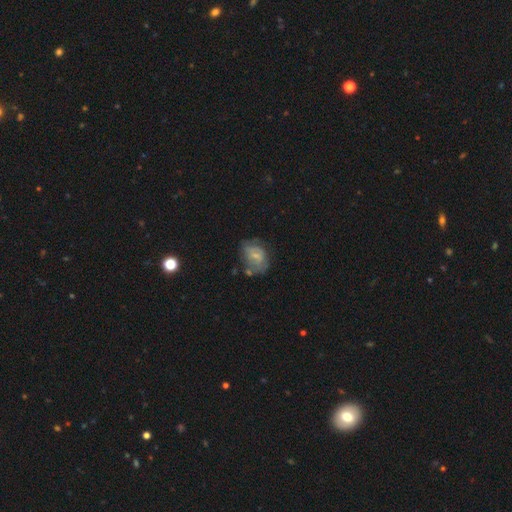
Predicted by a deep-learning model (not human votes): Smooth or featured: featured or disk — 54% (smooth — 37%)
Edge-on disk: no — 97% (yes — 3%)
Bar: weak — 47% (no — 43%)
Spiral arms: yes — 68% (no — 32%)
Bulge size: small — 57% (moderate — 30%)
Merging: none — 45% (minor disturbance — 29%)